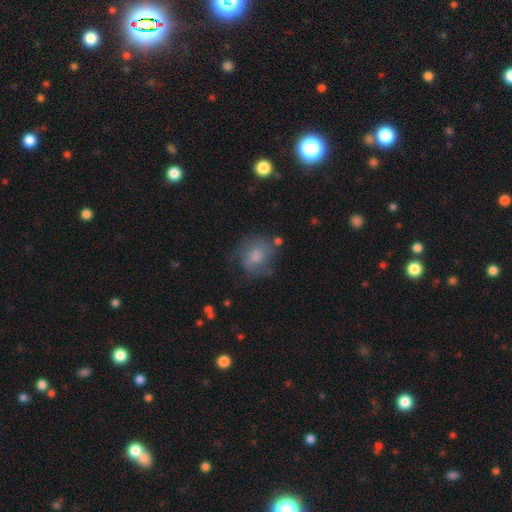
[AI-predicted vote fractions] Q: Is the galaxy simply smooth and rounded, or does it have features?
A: smooth — 62%.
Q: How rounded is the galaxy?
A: round — 63%.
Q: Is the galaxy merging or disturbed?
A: none — 55%.